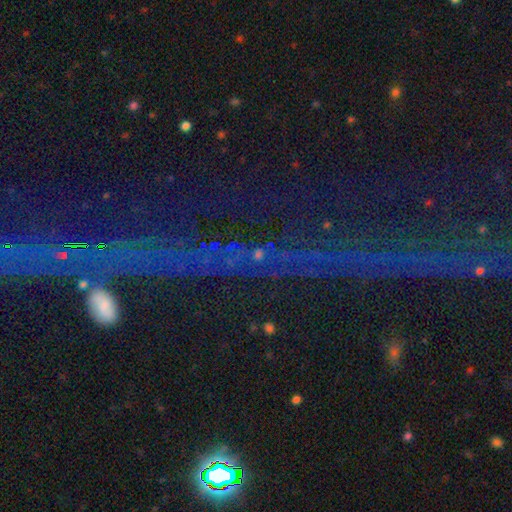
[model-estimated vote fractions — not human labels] smooth_or_featured: star or artifact (p=0.76) [alt: featured or disk p=0.13]